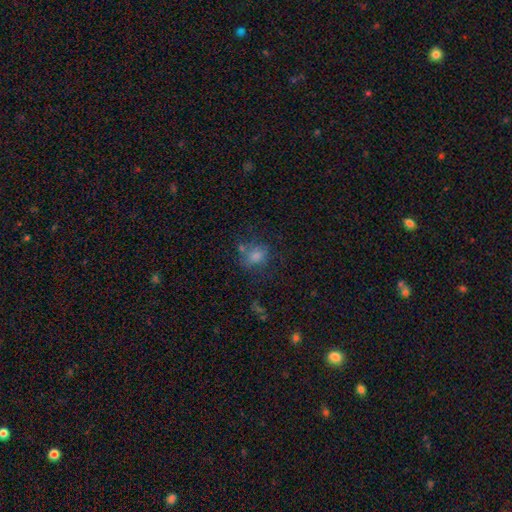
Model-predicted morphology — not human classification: A smooth galaxy with no disk features (69%) that is round (62%). Merging: none (61%).